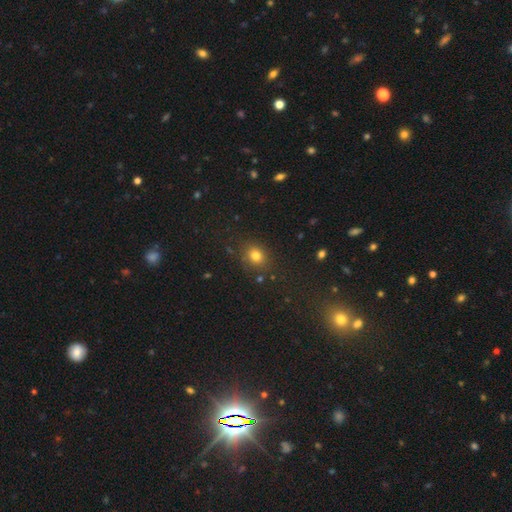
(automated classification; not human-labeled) smooth 77%, star or artifact 16%, featured or disk 7%. Down the decision tree: how rounded — round (68%); merging — none (79%).